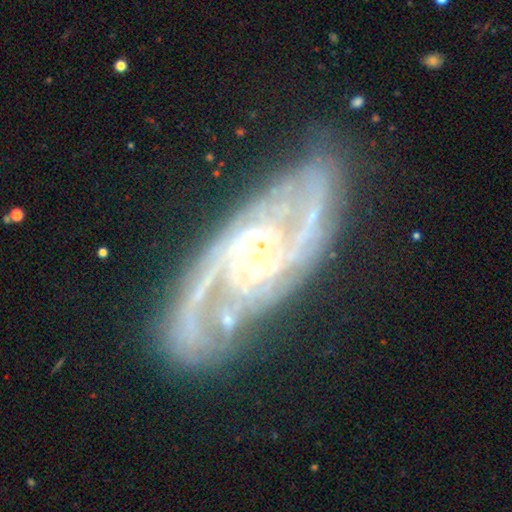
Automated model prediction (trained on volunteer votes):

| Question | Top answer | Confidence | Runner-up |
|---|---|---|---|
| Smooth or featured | featured or disk | 91% | star or artifact (5%) |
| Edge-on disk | no | 94% | yes (6%) |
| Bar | no | 45% | weak (39%) |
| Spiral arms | yes | 98% | no (2%) |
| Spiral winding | medium | 48% | tight (42%) |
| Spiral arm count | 2 | 61% | 3 (17%) |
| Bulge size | small | 68% | moderate (25%) |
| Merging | none | 75% | minor disturbance (16%) |